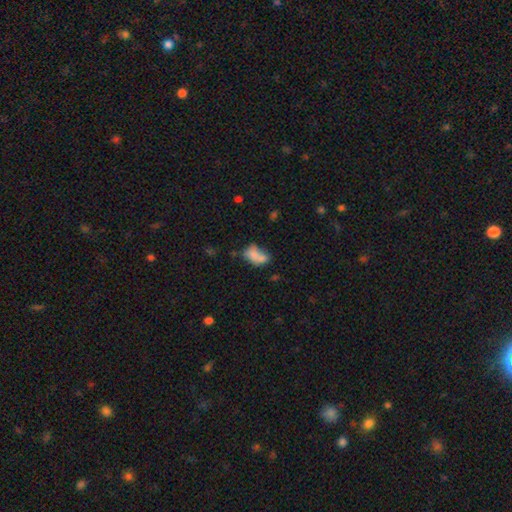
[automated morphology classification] type=smooth (70%); roundness=in between (82%); merging=merger (47%).